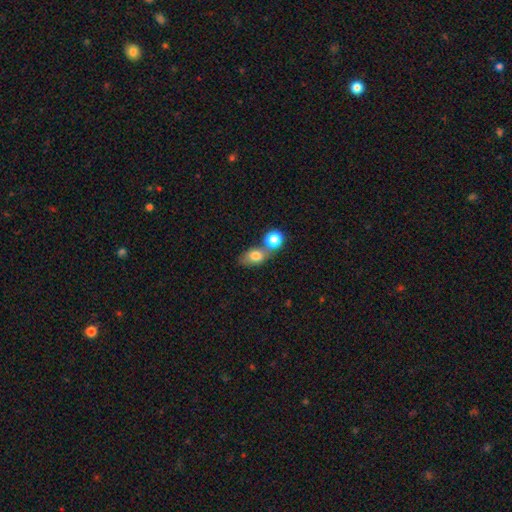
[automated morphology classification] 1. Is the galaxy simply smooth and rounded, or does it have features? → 78% smooth, 13% featured or disk, 9% star or artifact.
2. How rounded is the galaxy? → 66% in between, 31% round, 2% cigar-shaped.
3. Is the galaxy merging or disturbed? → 54% merger, 32% none, 9% minor disturbance, 5% major disturbance.